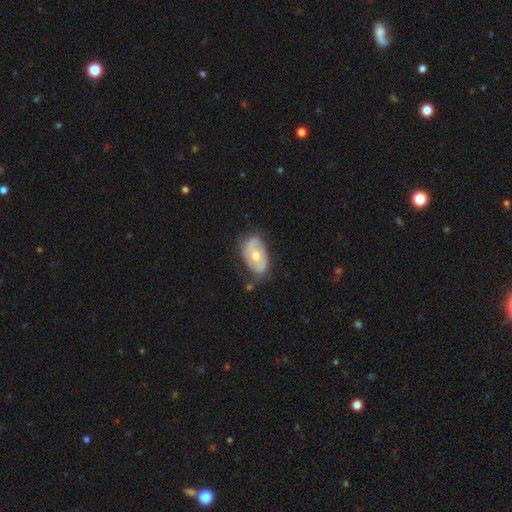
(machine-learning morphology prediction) Smooth or featured? featured or disk (58%)
Edge-on disk? no (93%)
Bar? no (75%)
Spiral arms? no (58%)
Bulge size? moderate (74%)
Merging? none (69%)